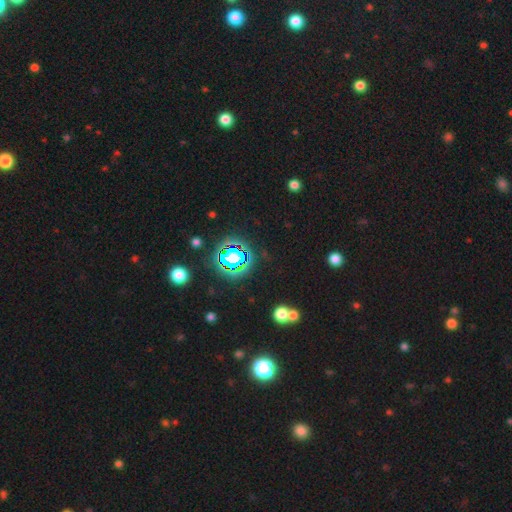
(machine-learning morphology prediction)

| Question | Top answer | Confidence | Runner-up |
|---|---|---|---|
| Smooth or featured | star or artifact | 79% | smooth (14%) |